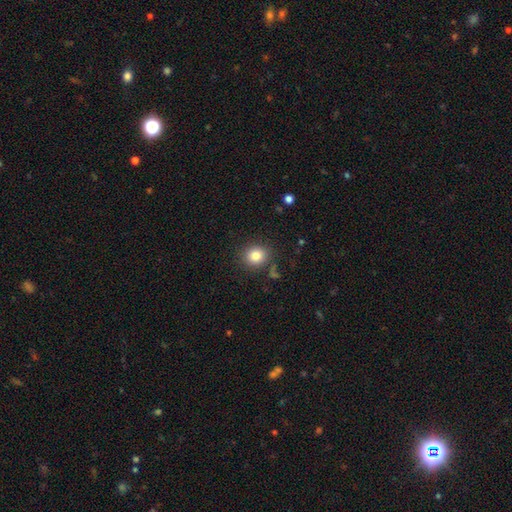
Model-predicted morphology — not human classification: Overall: smooth (83%). How rounded: round (79%). Merging: none (85%).